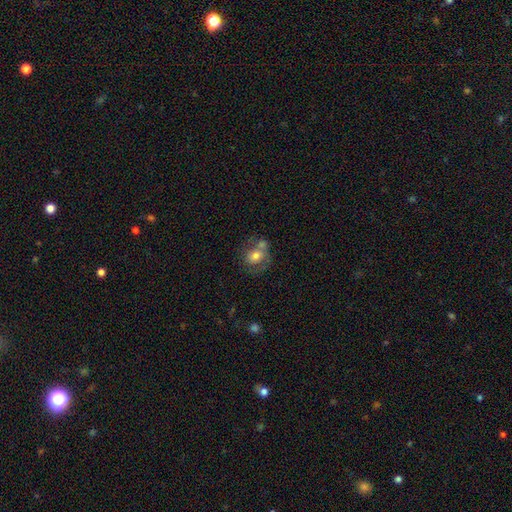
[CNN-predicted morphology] The model was most divided on "merging": merger: 37%, none: 35%, minor disturbance: 17%, major disturbance: 11%. More confident: how rounded — round (61%); smooth or featured — smooth (58%).